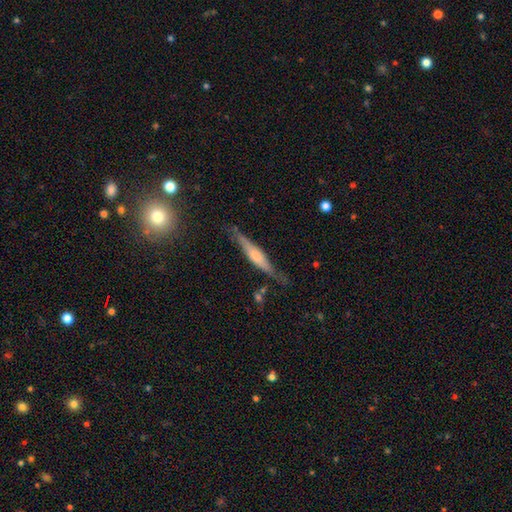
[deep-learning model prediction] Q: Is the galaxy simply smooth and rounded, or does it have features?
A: featured or disk — 61%.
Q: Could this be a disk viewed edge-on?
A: yes — 93%.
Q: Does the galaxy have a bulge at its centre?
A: rounded — 62%.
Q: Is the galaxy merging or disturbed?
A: none — 74%.